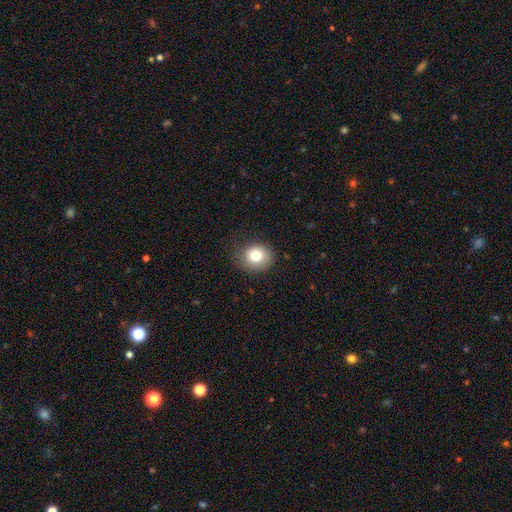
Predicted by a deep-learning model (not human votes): Smooth or featured?
  - smooth: 78% *
  - featured or disk: 11%
  - star or artifact: 11%
How rounded?
  - round: 76% *
  - in between: 23%
  - cigar-shaped: 1%
Merging?
  - none: 78% *
  - minor disturbance: 16%
  - major disturbance: 5%
  - merger: 1%